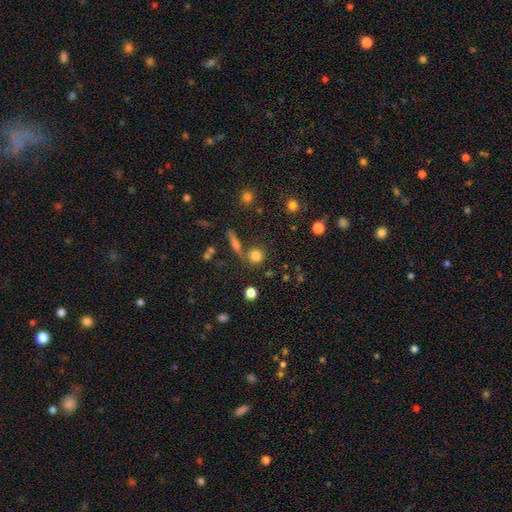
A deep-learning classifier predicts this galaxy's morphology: Smooth or featured? Predicted: smooth (p=0.77). How rounded? Predicted: round (p=0.89). Merging? Predicted: none (p=0.69).